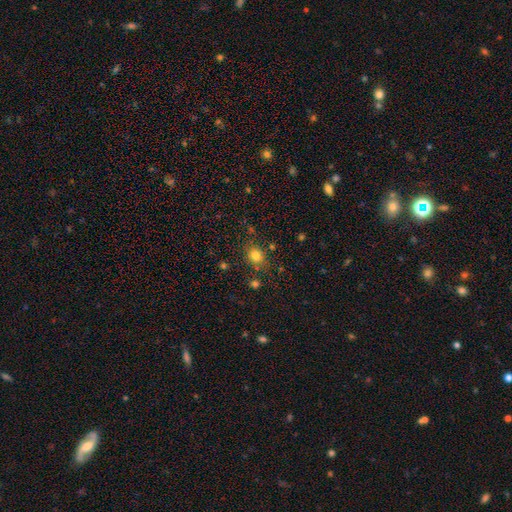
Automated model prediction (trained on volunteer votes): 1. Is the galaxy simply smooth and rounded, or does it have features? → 80% smooth, 14% star or artifact, 6% featured or disk.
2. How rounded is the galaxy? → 63% round, 36% in between, 1% cigar-shaped.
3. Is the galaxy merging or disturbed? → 79% none, 12% minor disturbance, 5% merger, 4% major disturbance.